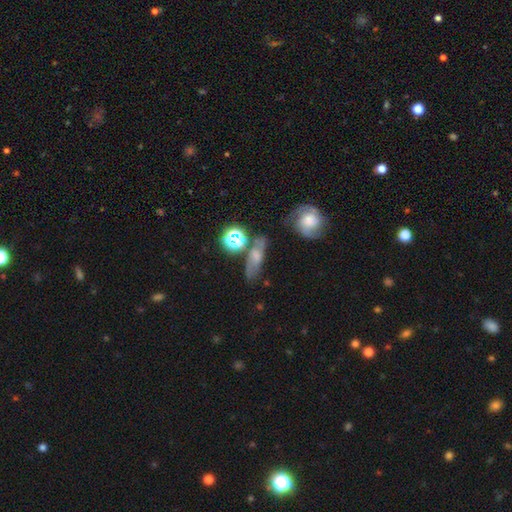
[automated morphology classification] A smooth galaxy with no disk features (44%). Merging: none (58%).